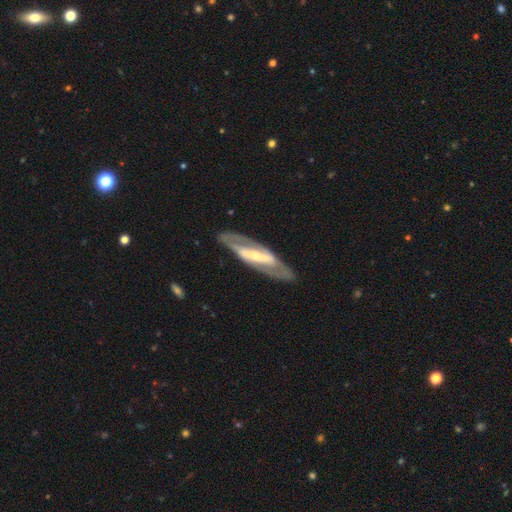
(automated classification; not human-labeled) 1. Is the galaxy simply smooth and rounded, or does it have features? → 78% featured or disk, 17% smooth, 5% star or artifact.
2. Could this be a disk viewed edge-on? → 75% no, 25% yes.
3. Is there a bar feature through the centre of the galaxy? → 67% strong, 20% weak, 13% no.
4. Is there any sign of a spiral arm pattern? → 62% yes, 38% no.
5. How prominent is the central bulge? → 53% small, 38% moderate, 6% large, 2% none, 1% dominant.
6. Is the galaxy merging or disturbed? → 82% none, 11% minor disturbance, 5% major disturbance, 1% merger.